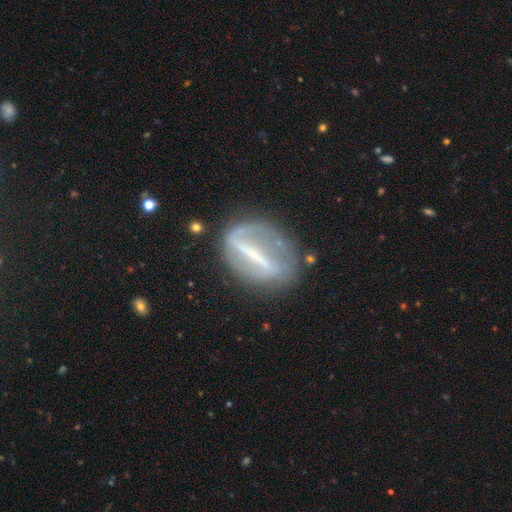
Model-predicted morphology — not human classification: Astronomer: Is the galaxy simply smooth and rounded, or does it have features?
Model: featured or disk — 74%.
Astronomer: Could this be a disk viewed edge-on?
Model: no — 85%.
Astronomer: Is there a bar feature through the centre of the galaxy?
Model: strong — 80%.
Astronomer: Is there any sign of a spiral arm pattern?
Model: yes — 52% (runner-up: no, 48%).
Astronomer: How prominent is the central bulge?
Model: small — 45% (runner-up: none, 30%).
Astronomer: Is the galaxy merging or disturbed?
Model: none — 66%.